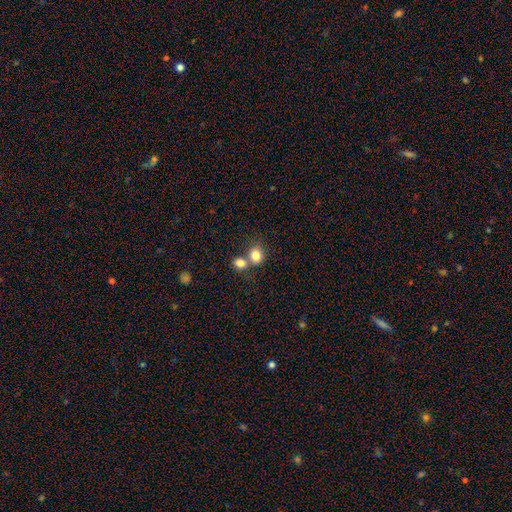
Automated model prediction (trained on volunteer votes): Smooth or featured: smooth — 82% (star or artifact — 10%)
How rounded: round — 63% (in between — 36%)
Merging: merger — 46% (none — 43%)